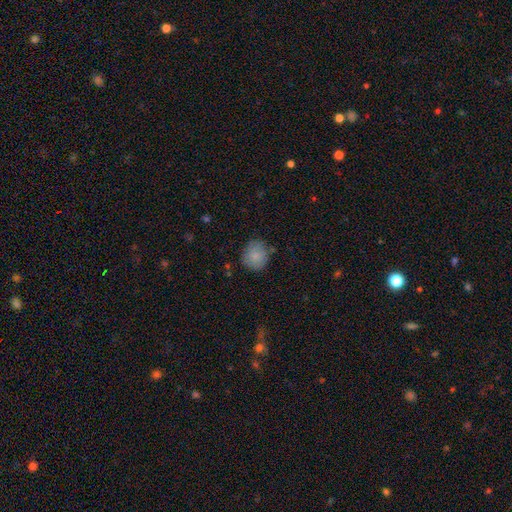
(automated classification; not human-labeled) Smooth or featured? smooth (81%)
How rounded? round (83%)
Merging? none (76%)